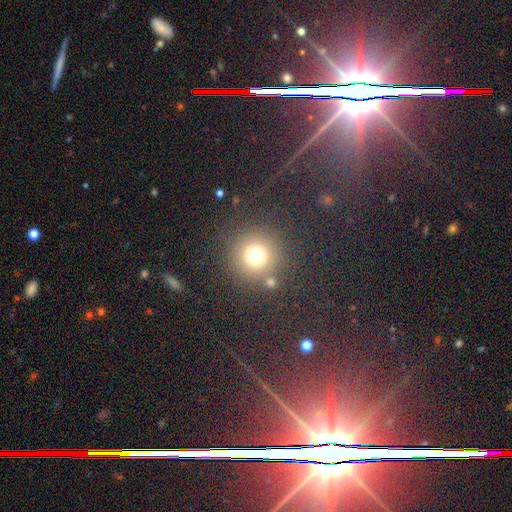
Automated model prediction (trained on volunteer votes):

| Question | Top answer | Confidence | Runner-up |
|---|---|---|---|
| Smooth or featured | smooth | 72% | star or artifact (19%) |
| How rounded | round | 95% | in between (4%) |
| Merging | none | 79% | merger (8%) |